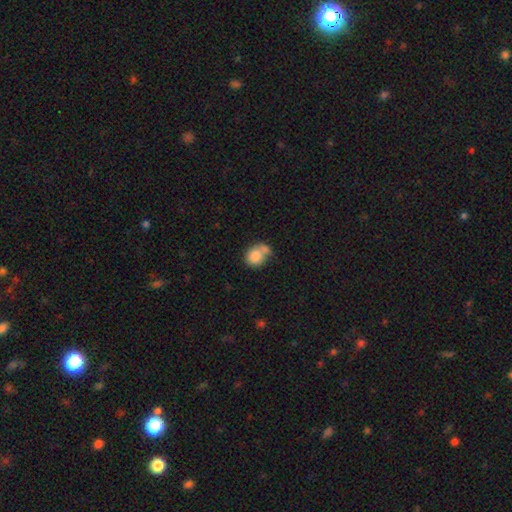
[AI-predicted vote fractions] smooth_or_featured: smooth (p=0.80) [alt: featured or disk p=0.11]
how_rounded: round (p=0.62) [alt: in between p=0.37]
merging: merger (p=0.45) [alt: none p=0.35]